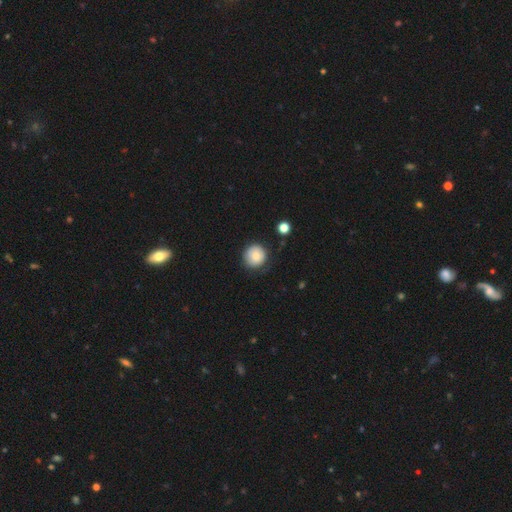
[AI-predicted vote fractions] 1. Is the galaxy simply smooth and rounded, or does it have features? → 82% smooth, 9% featured or disk, 8% star or artifact.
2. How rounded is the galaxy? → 93% round, 7% in between, 1% cigar-shaped.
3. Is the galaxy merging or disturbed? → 77% none, 17% minor disturbance, 4% major disturbance, 2% merger.